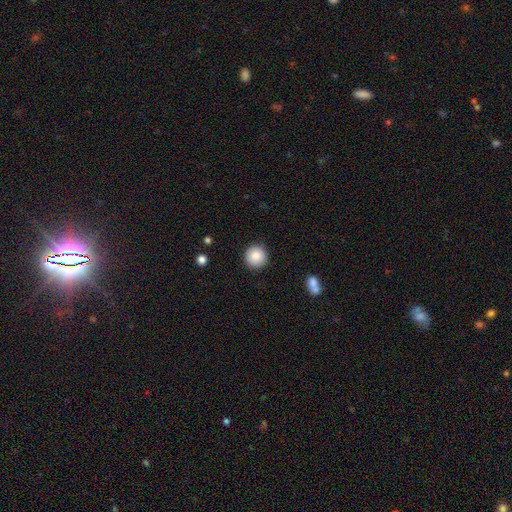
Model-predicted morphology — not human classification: This appears to be a smooth galaxy with no disk features (84%) that is round (96%). Merging: none (91%).